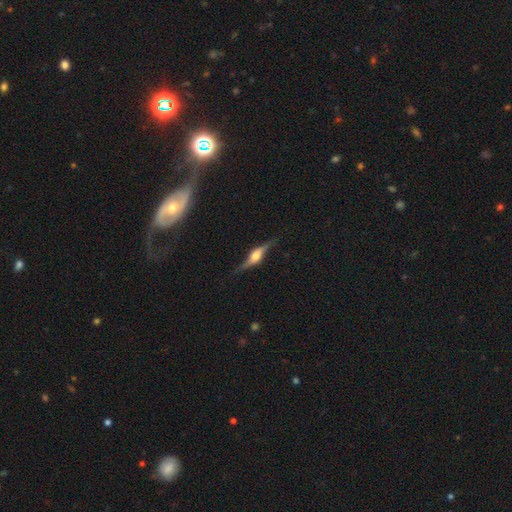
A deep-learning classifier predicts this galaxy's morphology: The model was most divided on "merging": none: 78%, minor disturbance: 15%, major disturbance: 5%, merger: 2%. More confident: edge-on bulge — rounded (91%); edge-on disk — yes (89%); smooth or featured — featured or disk (79%).